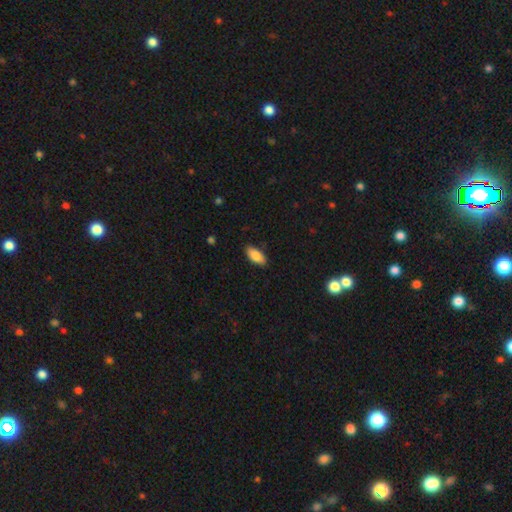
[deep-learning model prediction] This is clearly a smooth galaxy (86%). How rounded: clearly in between (88%). Merging: clearly none (86%).